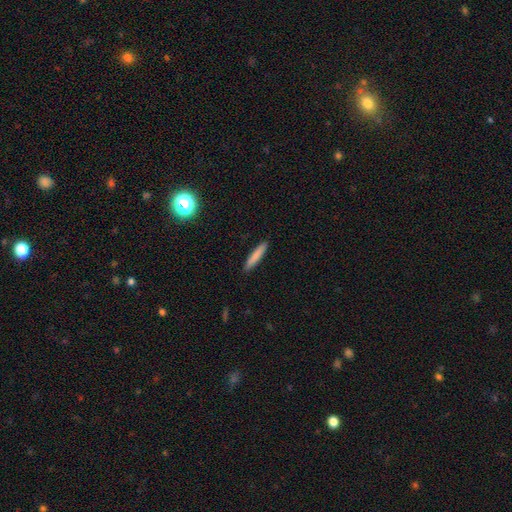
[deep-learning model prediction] Q: Smooth or featured?
A: smooth (81%); runner-up: featured or disk (13%)
Q: How rounded?
A: cigar-shaped (92%); runner-up: in between (6%)
Q: Merging?
A: none (91%); runner-up: minor disturbance (7%)